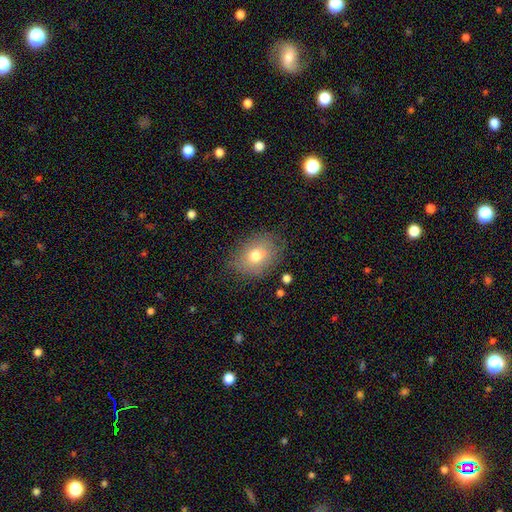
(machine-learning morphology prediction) Smooth or featured? smooth (71%)
How rounded? in between (63%)
Merging? none (77%)